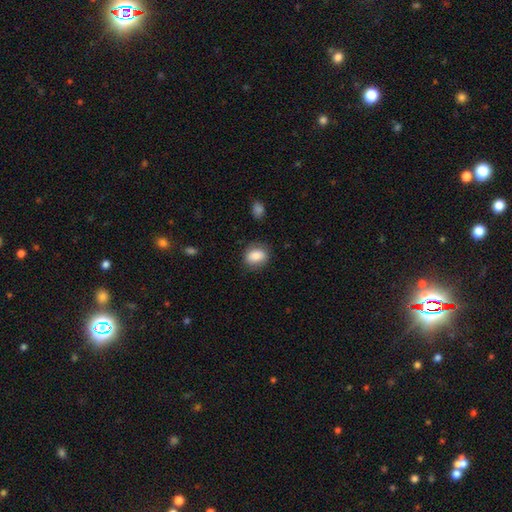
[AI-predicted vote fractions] A smooth galaxy with no disk features (84%) that is in between round and cigar-shaped (63%). Merging: none (79%).